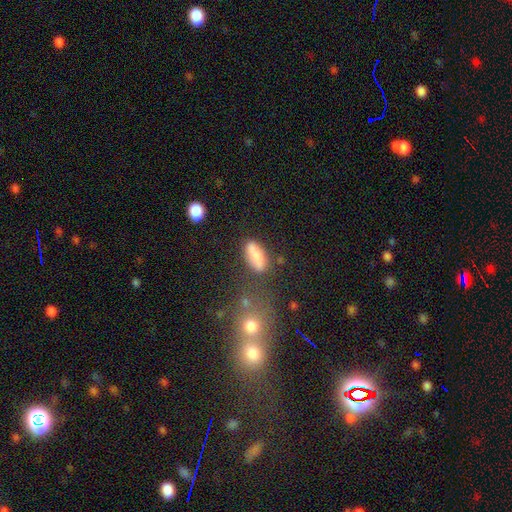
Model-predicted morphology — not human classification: This appears to be a smooth galaxy with no disk features (78%) that is in between round and cigar-shaped (60%). Merging: none (73%).